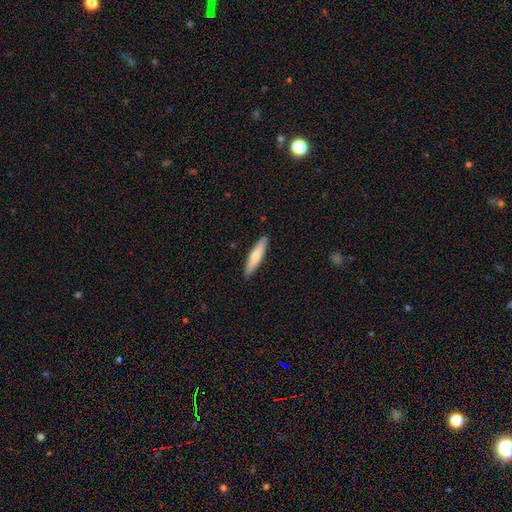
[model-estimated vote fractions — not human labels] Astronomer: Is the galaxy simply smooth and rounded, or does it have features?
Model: smooth — 70%.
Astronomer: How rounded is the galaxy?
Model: cigar-shaped — 79%.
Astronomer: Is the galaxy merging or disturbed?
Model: none — 89%.